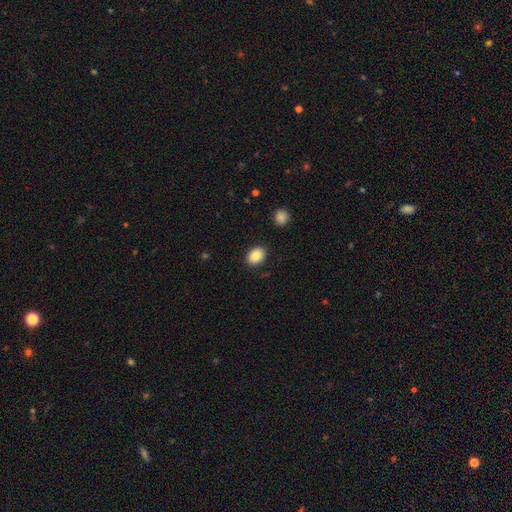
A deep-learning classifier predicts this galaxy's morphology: Smooth or featured? smooth (87%)
How rounded? in between (67%)
Merging? none (88%)